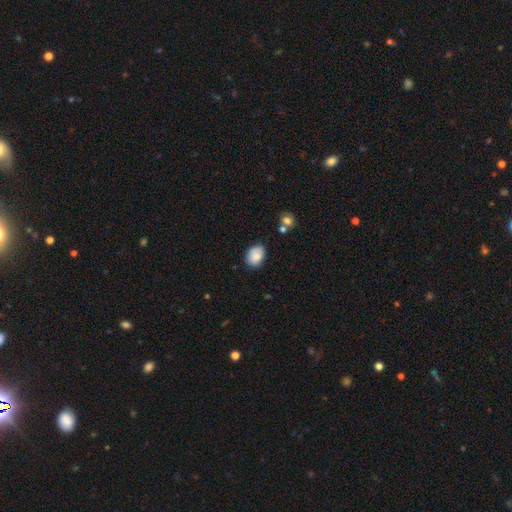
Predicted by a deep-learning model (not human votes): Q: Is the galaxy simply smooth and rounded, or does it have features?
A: smooth — 84%.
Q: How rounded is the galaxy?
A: in between — 72%.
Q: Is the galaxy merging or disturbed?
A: none — 70%.